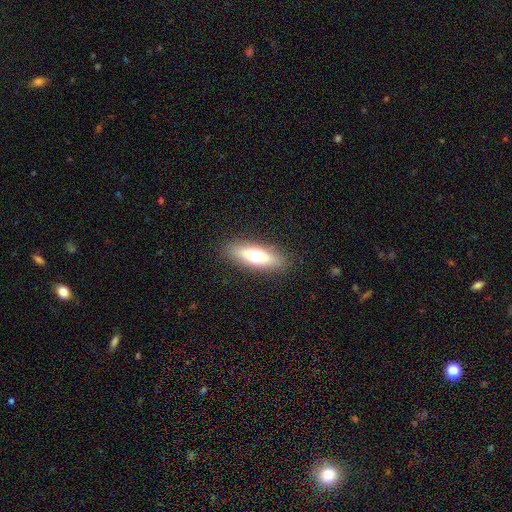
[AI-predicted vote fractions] smooth-or-featured: smooth: 60% | featured or disk: 33% | star or artifact: 7%
  how-rounded: cigar-shaped: 53% | in between: 44% | round: 3%
  merging: none: 88% | minor disturbance: 8% | major disturbance: 2% | merger: 1%